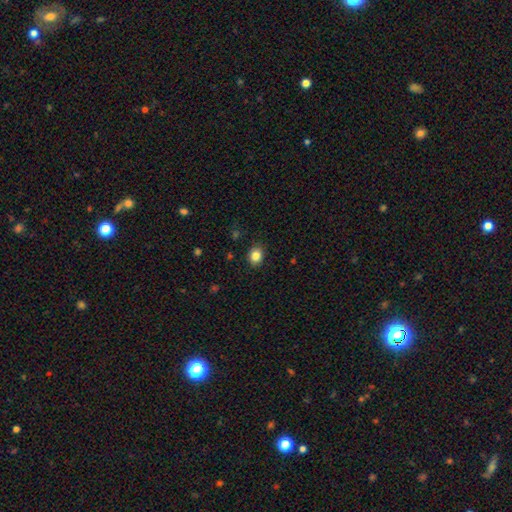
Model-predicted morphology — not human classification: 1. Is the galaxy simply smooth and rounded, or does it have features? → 84% smooth, 10% star or artifact, 5% featured or disk.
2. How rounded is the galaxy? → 51% round, 48% in between, 1% cigar-shaped.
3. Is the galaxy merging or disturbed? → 88% none, 9% minor disturbance, 2% major disturbance, 1% merger.